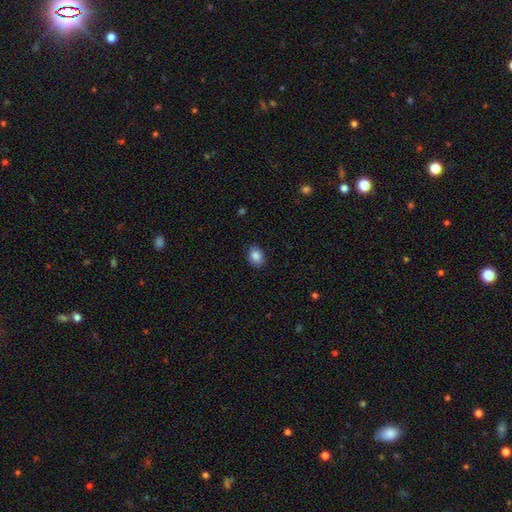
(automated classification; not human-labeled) Q: Smooth or featured?
A: smooth (87%); runner-up: star or artifact (9%)
Q: How rounded?
A: in between (58%); runner-up: round (41%)
Q: Merging?
A: none (87%); runner-up: minor disturbance (10%)